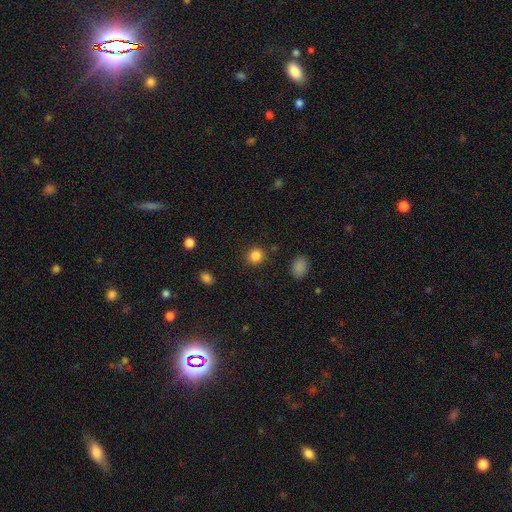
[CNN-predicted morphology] This is clearly a smooth galaxy (86%). How rounded: clearly round (86%). Merging: clearly none (89%).